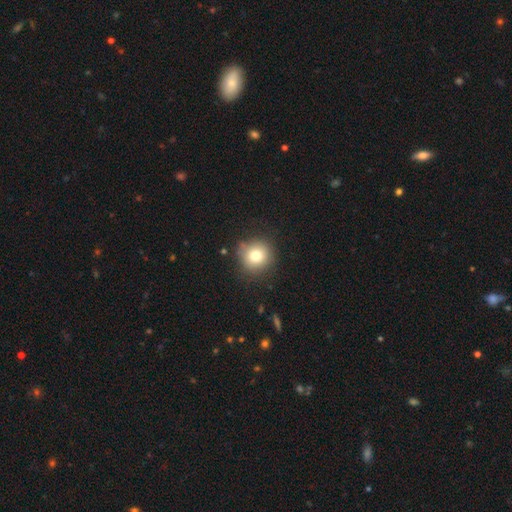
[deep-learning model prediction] Smooth or featured: smooth — 78% (star or artifact — 12%)
How rounded: round — 92% (in between — 7%)
Merging: none — 82% (minor disturbance — 12%)